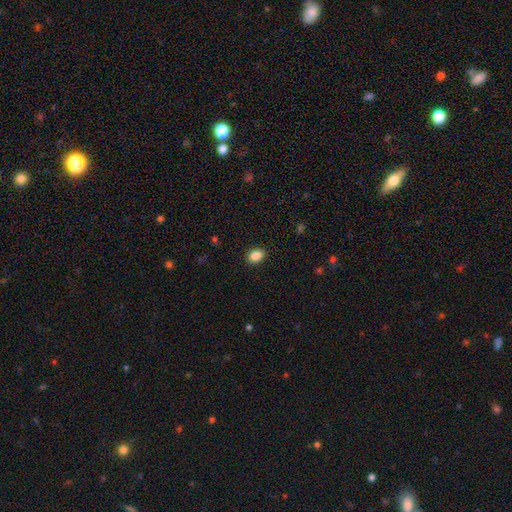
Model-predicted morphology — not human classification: The model was most divided on "how rounded": in between: 77%, round: 22%, cigar-shaped: 1%. More confident: merging — none (89%); smooth or featured — smooth (87%).